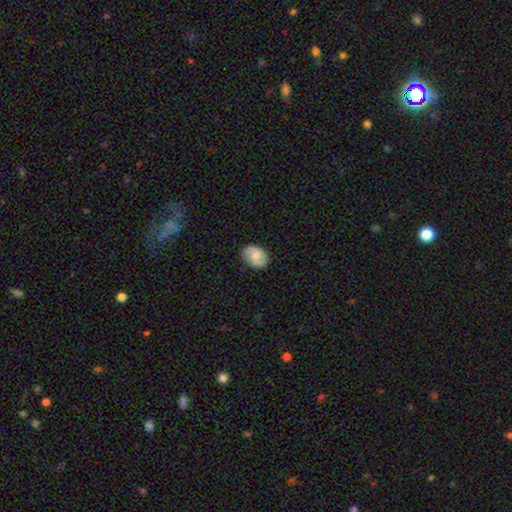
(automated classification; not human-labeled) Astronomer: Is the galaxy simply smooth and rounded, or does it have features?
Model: featured or disk — 52% (runner-up: smooth, 40%).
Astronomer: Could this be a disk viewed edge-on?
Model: no — 98%.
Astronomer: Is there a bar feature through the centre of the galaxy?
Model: no — 51% (runner-up: weak, 43%).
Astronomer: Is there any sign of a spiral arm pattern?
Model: yes — 92%.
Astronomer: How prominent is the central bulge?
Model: moderate — 39% (runner-up: small, 35%).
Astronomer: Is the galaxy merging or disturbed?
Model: none — 84%.